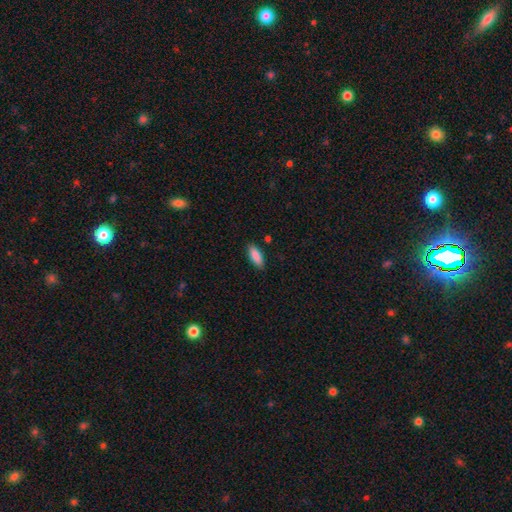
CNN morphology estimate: The model was most divided on "how rounded": in between: 75%, cigar-shaped: 23%, round: 2%. More confident: smooth or featured — smooth (88%); merging — none (87%).